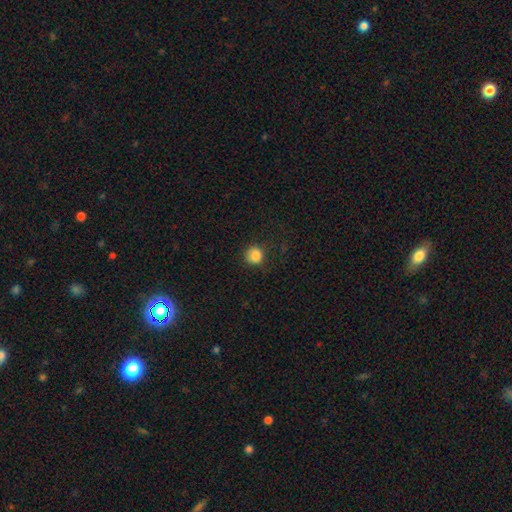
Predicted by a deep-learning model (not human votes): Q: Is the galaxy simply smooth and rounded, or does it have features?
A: smooth — 85%.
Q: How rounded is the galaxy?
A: round — 89%.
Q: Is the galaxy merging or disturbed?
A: none — 82%.